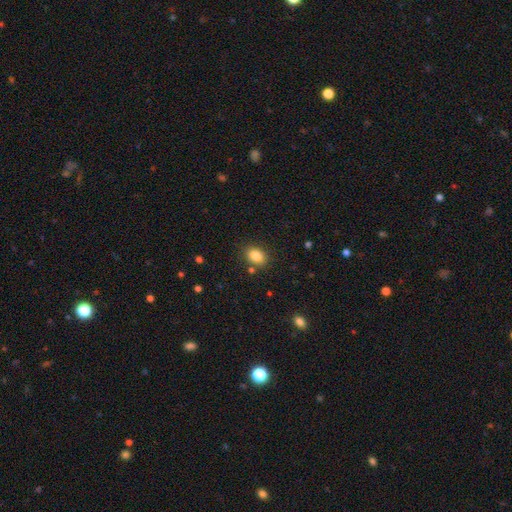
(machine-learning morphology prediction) This appears to be a smooth galaxy with no disk features (86%) that is in between round and cigar-shaped (75%). Merging: none (82%).